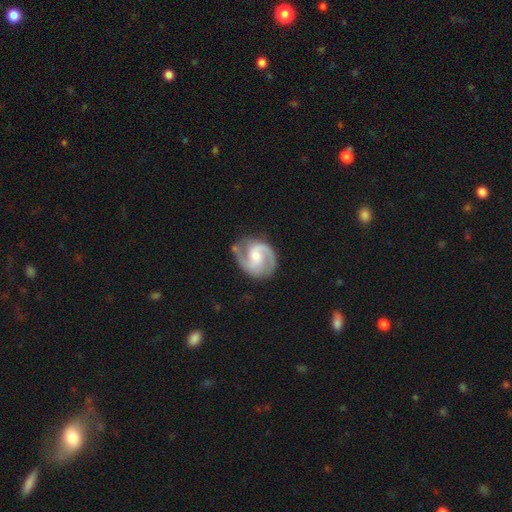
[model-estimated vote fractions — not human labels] This appears to be a featured or disk galaxy (89%) with a weak bar (46%), 2 (92%) medium (59%) spiral arms (98%) and a moderate central bulge (51%). Merging: none (77%).